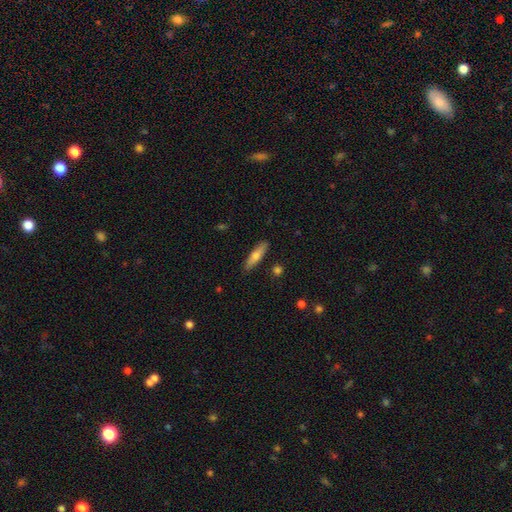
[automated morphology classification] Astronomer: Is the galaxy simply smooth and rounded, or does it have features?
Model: smooth — 64%.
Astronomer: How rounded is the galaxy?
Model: cigar-shaped — 73%.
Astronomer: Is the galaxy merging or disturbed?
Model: none — 88%.